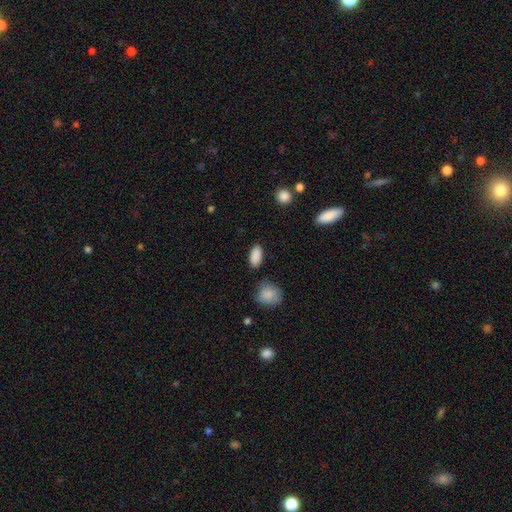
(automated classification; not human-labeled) This appears to be a smooth galaxy with no disk features (89%) that is in between round and cigar-shaped (92%). Merging: none (81%).